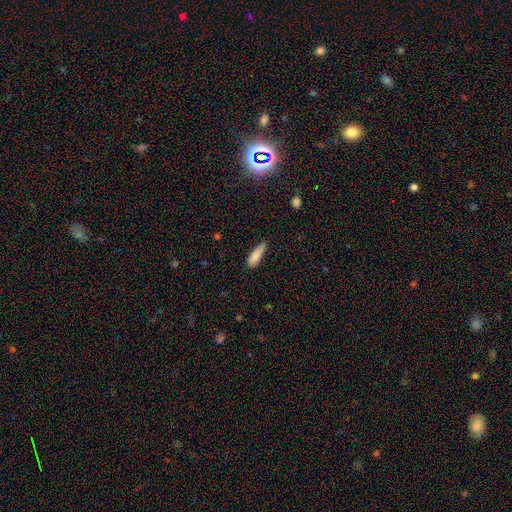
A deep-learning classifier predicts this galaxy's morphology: Smooth or featured: smooth — 83% (featured or disk — 10%)
How rounded: cigar-shaped — 55% (in between — 43%)
Merging: none — 51% (minor disturbance — 37%)